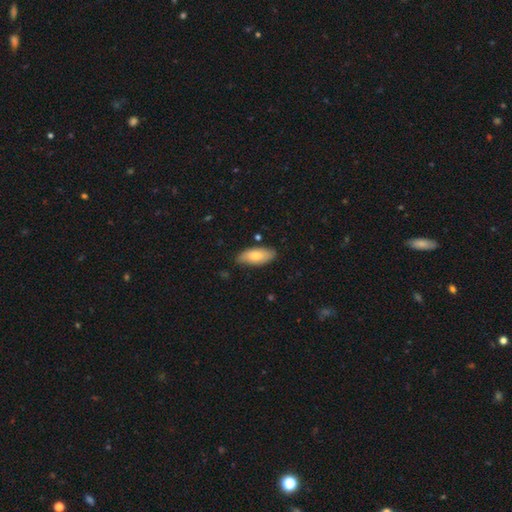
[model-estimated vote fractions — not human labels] A smooth galaxy with no disk features (73%) that is in between round and cigar-shaped (86%).

Vote fractions:
- Smooth or featured? smooth: 73% / featured or disk: 21% / star or artifact: 6%
- How rounded? in between: 86% / cigar-shaped: 11% / round: 2%
- Merging? none: 79% / minor disturbance: 16% / major disturbance: 2% / merger: 2%